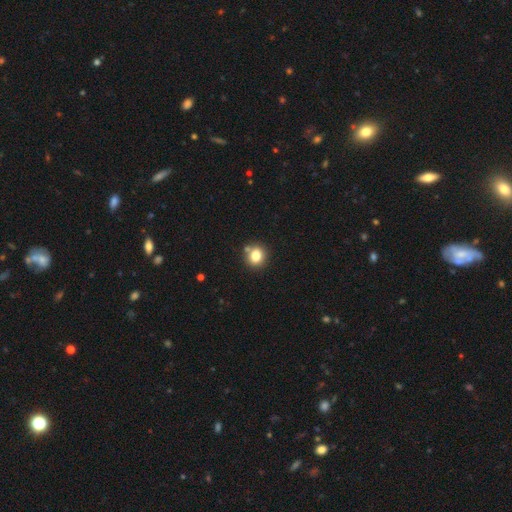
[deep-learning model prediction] A smooth galaxy with no disk features (81%) that is round (79%). Merging: none (75%).